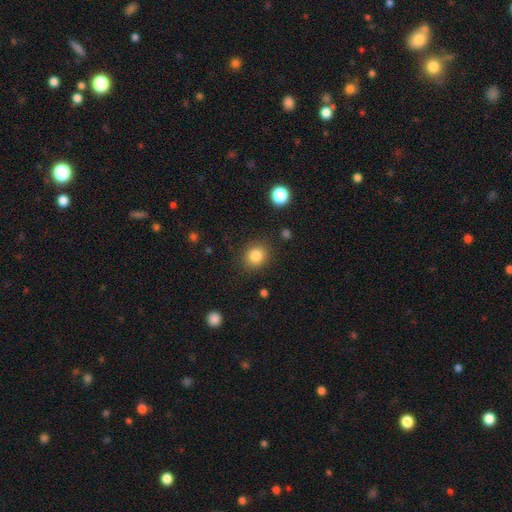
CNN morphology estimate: A smooth galaxy with no disk features (84%) that is round (79%).

Vote fractions:
- Smooth or featured? smooth: 84% / star or artifact: 11% / featured or disk: 5%
- How rounded? round: 79% / in between: 21% / cigar-shaped: 1%
- Merging? none: 86% / minor disturbance: 9% / major disturbance: 3% / merger: 2%